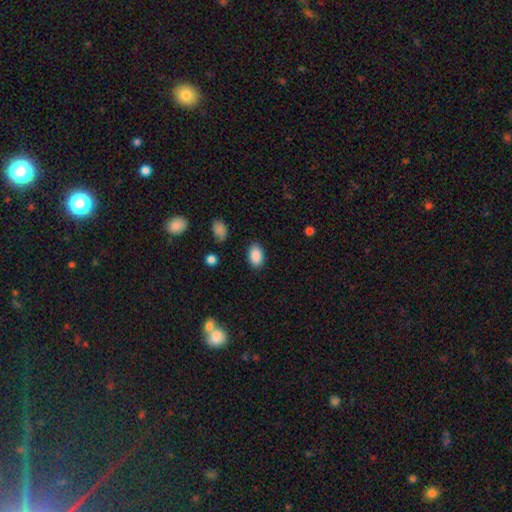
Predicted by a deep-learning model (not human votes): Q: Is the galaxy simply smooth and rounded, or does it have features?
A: smooth — 88%.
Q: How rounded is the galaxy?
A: in between — 88%.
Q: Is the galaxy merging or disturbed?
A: none — 86%.